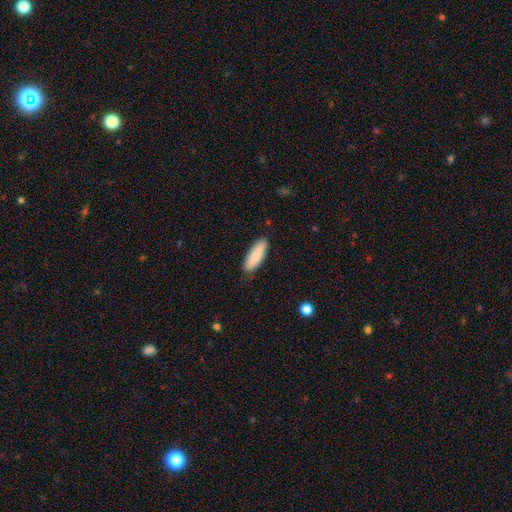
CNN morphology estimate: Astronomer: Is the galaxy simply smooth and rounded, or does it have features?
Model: smooth — 88%.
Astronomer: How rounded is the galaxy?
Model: in between — 55% (runner-up: cigar-shaped, 44%).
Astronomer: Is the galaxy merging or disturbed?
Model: none — 88%.